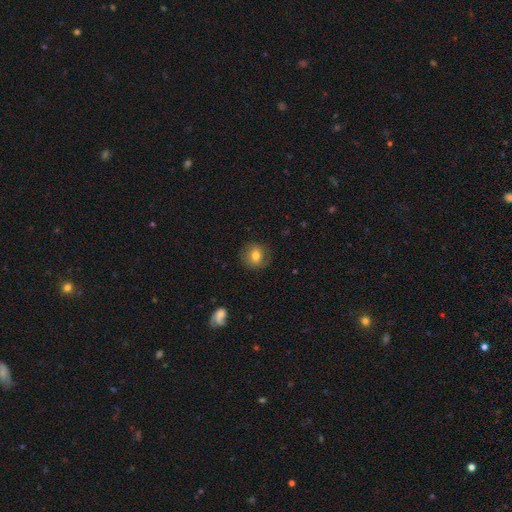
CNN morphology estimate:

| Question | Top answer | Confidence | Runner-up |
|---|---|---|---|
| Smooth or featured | smooth | 74% | featured or disk (15%) |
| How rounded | round | 84% | in between (15%) |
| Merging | none | 83% | minor disturbance (12%) |